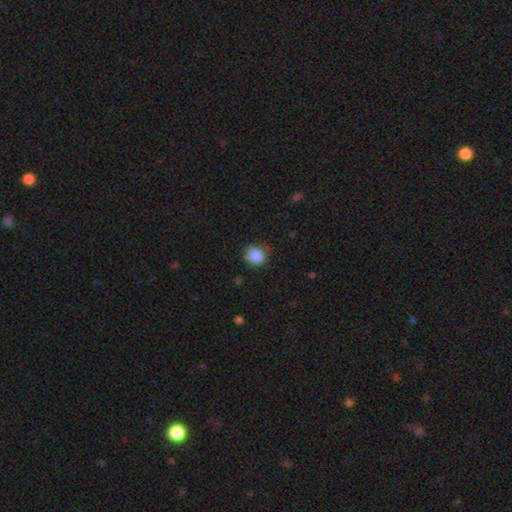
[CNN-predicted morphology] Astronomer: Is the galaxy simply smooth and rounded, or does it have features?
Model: smooth — 87%.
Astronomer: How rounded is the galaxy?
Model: round — 78%.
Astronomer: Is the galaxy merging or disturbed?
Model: none — 74%.